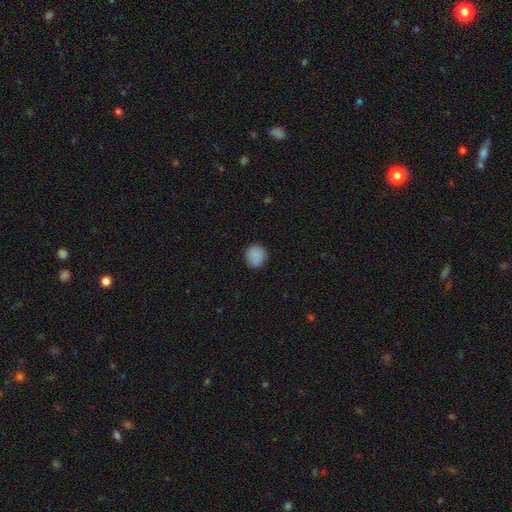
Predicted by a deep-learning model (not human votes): Smooth or featured? Predicted: smooth (p=0.88). How rounded? Predicted: round (p=0.85). Merging? Predicted: none (p=0.88).